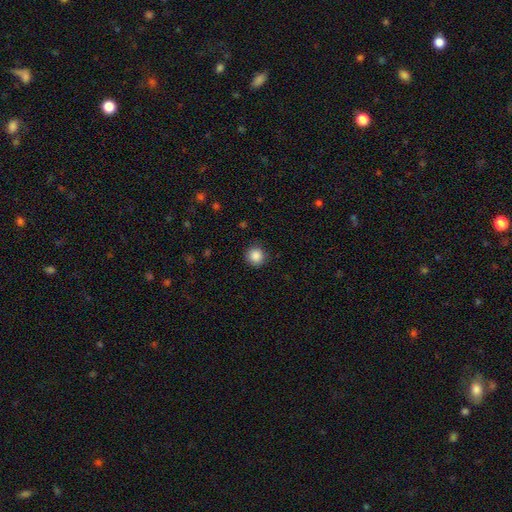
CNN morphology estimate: Smooth or featured: smooth — 87% (star or artifact — 10%)
How rounded: round — 94% (in between — 5%)
Merging: none — 89% (minor disturbance — 8%)